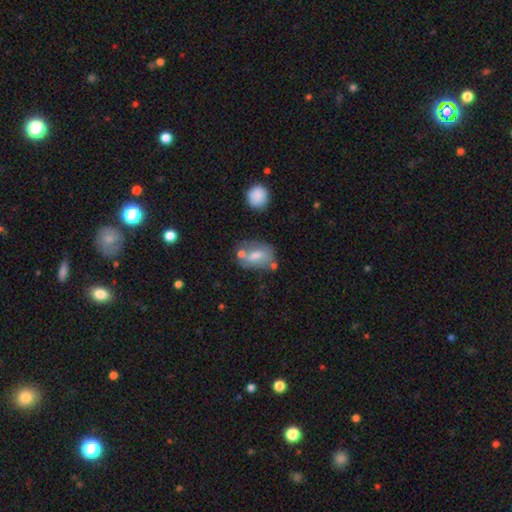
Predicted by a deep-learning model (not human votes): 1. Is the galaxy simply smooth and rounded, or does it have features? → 59% smooth, 33% featured or disk, 8% star or artifact.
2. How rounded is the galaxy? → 82% in between, 14% round, 4% cigar-shaped.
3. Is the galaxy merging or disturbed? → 47% none, 22% minor disturbance, 21% merger, 10% major disturbance.